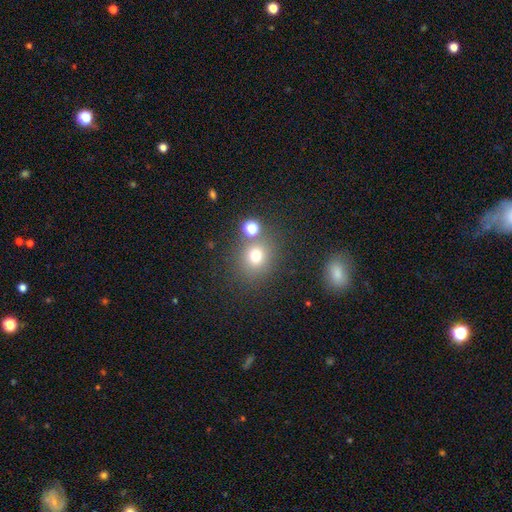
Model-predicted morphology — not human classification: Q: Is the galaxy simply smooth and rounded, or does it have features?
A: smooth — 72%.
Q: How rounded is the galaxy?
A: round — 82%.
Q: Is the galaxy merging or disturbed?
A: none — 72%.